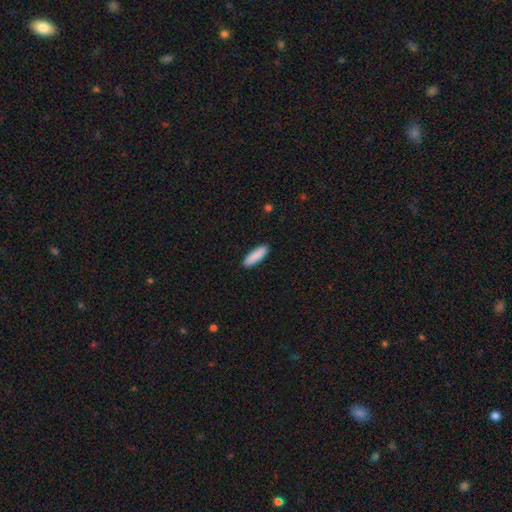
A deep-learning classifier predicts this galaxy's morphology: smooth 89%, featured or disk 6%, star or artifact 6%. Down the decision tree: how rounded — cigar-shaped (66%); merging — none (90%).